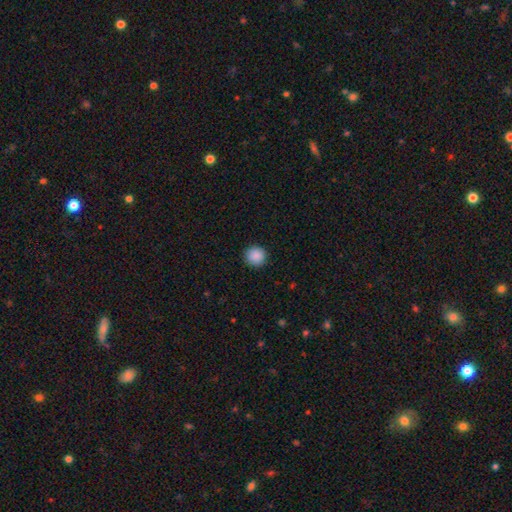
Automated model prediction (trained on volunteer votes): Morphology: type=smooth (89%); roundness=round (95%); merging=none (92%).